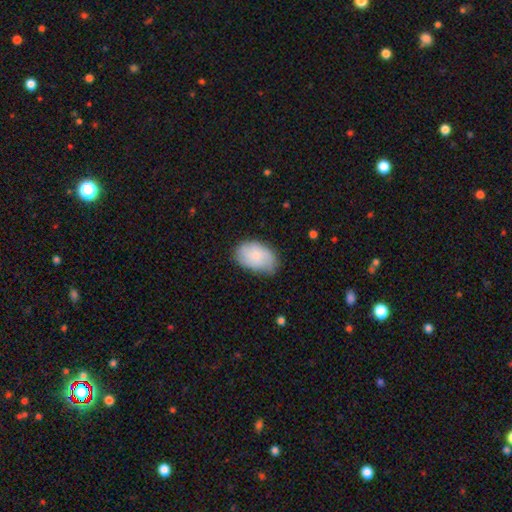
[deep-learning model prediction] A smooth galaxy with no disk features (63%) that is in between round and cigar-shaped (88%). Merging: none (70%).